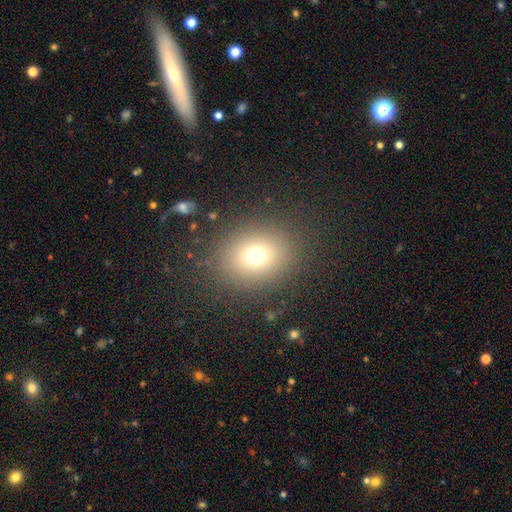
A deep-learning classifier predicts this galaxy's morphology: A smooth galaxy with no disk features (71%) that is round (67%).

Vote fractions:
- Smooth or featured? smooth: 71% / star or artifact: 18% / featured or disk: 11%
- How rounded? round: 67% / in between: 32% / cigar-shaped: 1%
- Merging? none: 86% / minor disturbance: 8% / major disturbance: 5% / merger: 1%